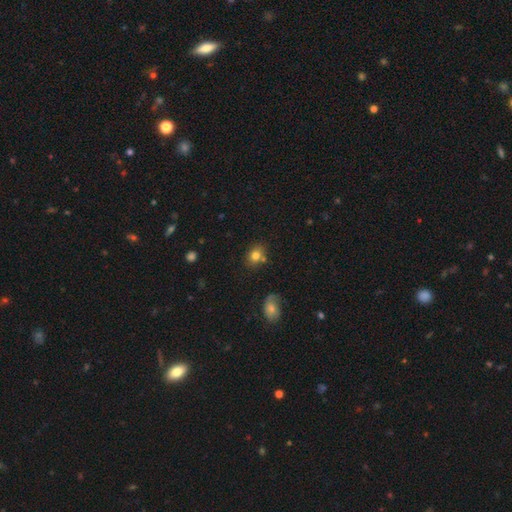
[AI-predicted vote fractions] Smooth or featured? smooth (79%)
How rounded? round (52%)
Merging? none (72%)